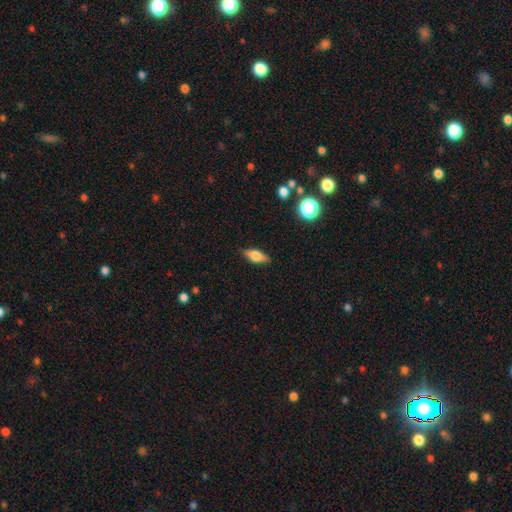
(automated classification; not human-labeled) smooth-or-featured: smooth: 59% | featured or disk: 33% | star or artifact: 9%
  how-rounded: in between: 71% | cigar-shaped: 24% | round: 5%
  merging: none: 85% | minor disturbance: 11% | major disturbance: 3% | merger: 1%